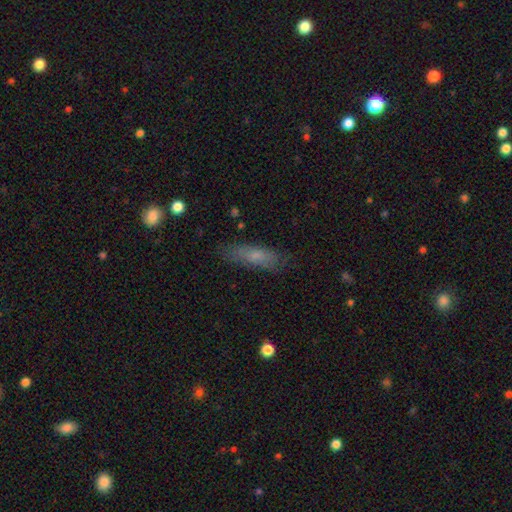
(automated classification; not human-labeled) A smooth galaxy with no disk features (68%) that is cigar-shaped (59%).

Vote fractions:
- Smooth or featured? smooth: 68% / featured or disk: 24% / star or artifact: 8%
- How rounded? cigar-shaped: 59% / in between: 39% / round: 2%
- Merging? none: 79% / minor disturbance: 15% / major disturbance: 4% / merger: 2%